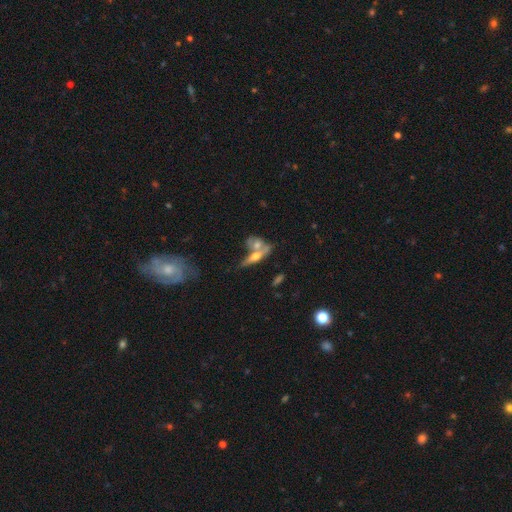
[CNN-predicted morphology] Smooth or featured: featured or disk — 55% (smooth — 37%)
Edge-on disk: yes — 75% (no — 25%)
Merging: merger — 44% (none — 39%)